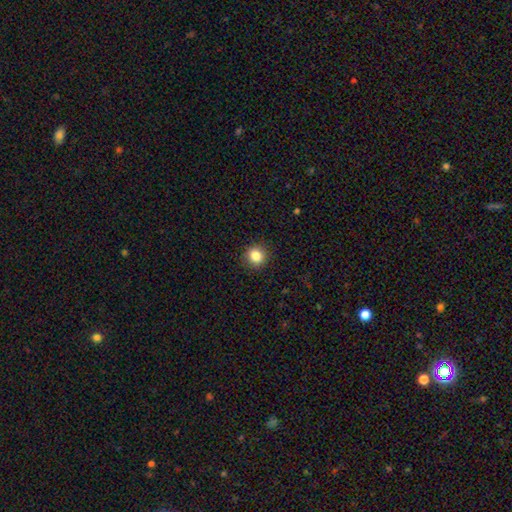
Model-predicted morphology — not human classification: A smooth galaxy with no disk features (84%) that is round (90%). Merging: none (91%).